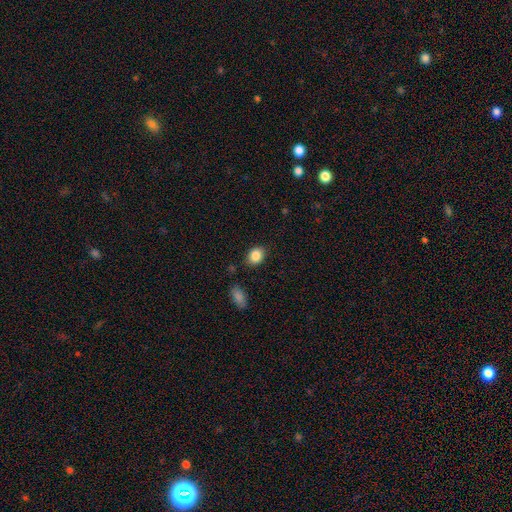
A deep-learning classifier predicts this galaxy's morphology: smooth 87%, star or artifact 8%, featured or disk 5%. Down the decision tree: how rounded — in between (65%); merging — none (83%).